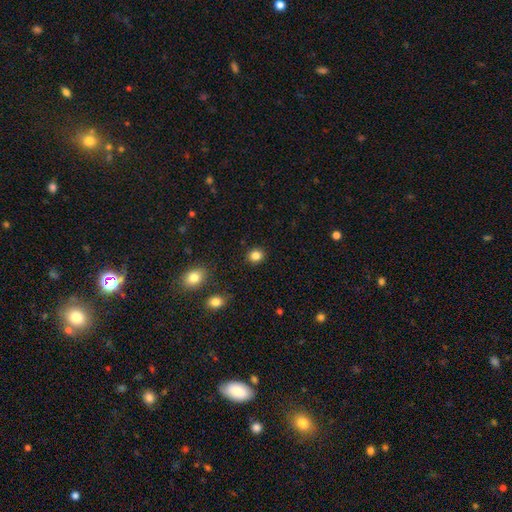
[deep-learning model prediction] The model was most divided on "how rounded": round: 78%, in between: 21%, cigar-shaped: 1%. More confident: merging — none (90%); smooth or featured — smooth (85%).